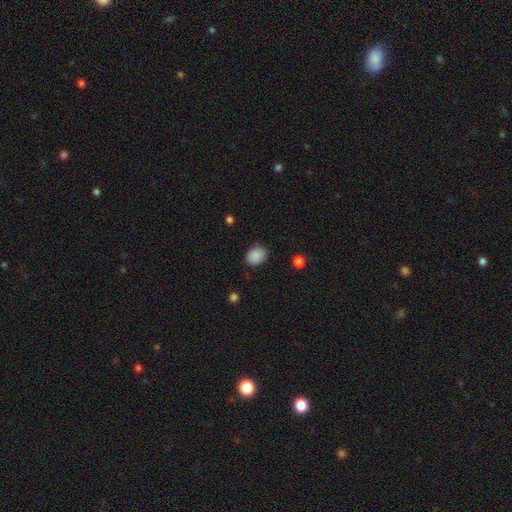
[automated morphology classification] This appears to be a smooth galaxy with no disk features (88%) that is in between round and cigar-shaped (51%). Merging: none (84%).